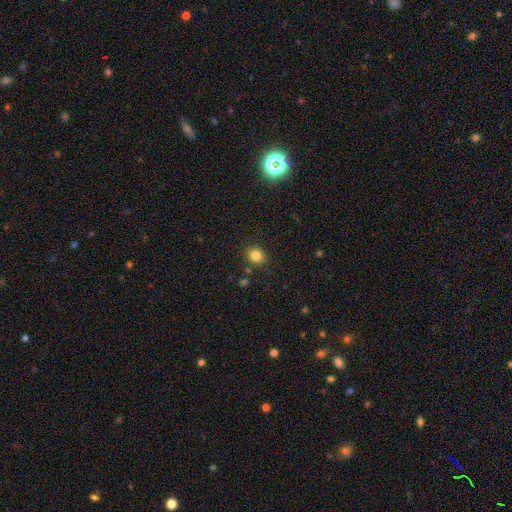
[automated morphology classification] smooth-or-featured: smooth: 83% | star or artifact: 12% | featured or disk: 6%
  how-rounded: round: 67% | in between: 32% | cigar-shaped: 1%
  merging: none: 84% | minor disturbance: 10% | merger: 4% | major disturbance: 3%